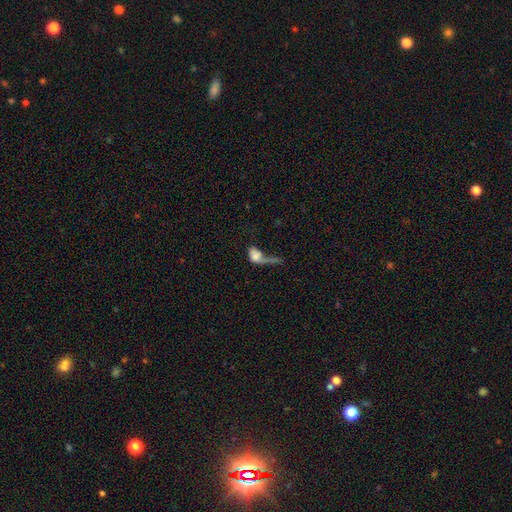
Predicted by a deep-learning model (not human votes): A smooth galaxy with no disk features (62%) that is in between round and cigar-shaped (71%). Merging: major disturbance (49%).